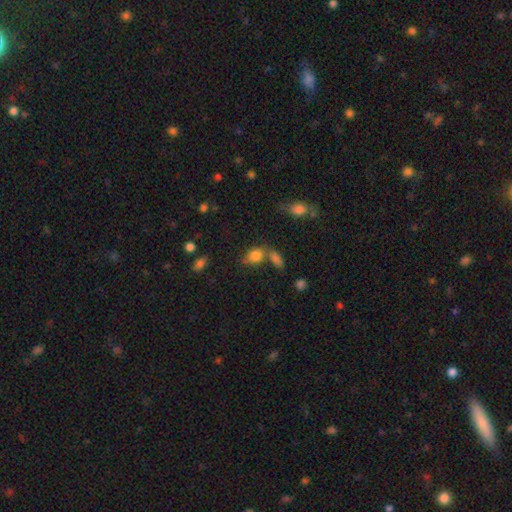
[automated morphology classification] Smooth or featured: smooth — 80% (star or artifact — 12%)
How rounded: in between — 54% (round — 43%)
Merging: none — 47% (merger — 31%)